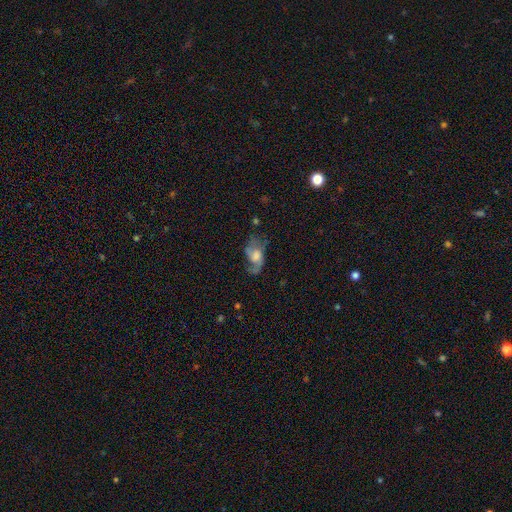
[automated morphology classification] Smooth or featured: featured or disk — 62% (smooth — 29%)
Edge-on disk: no — 94% (yes — 6%)
Bar: no — 66% (weak — 29%)
Spiral arms: yes — 82% (no — 18%)
Bulge size: large — 36% (moderate — 34%)
Merging: none — 48% (major disturbance — 26%)